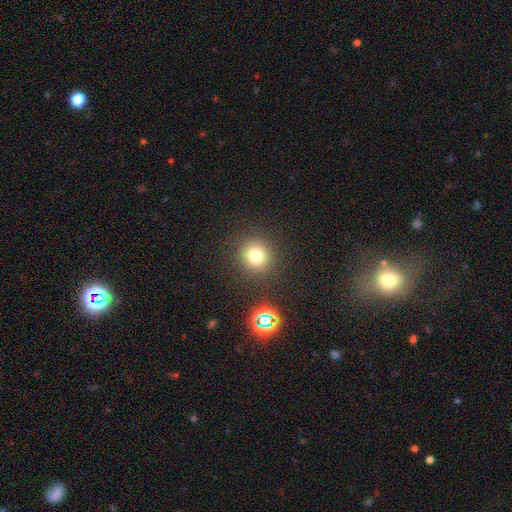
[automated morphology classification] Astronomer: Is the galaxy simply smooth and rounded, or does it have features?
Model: smooth — 75%.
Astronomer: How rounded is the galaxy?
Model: round — 91%.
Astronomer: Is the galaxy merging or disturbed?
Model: none — 87%.